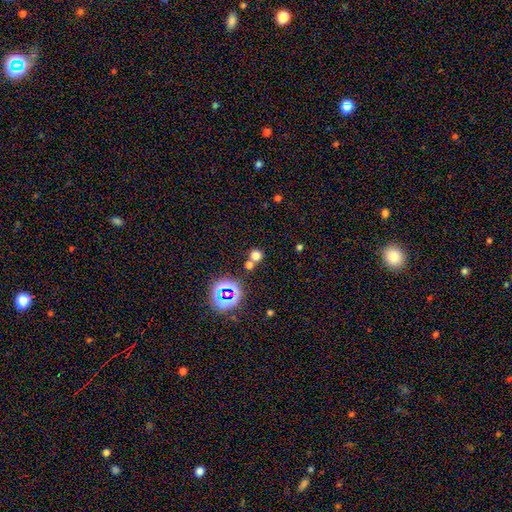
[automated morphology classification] Smooth or featured?
  - smooth: 65% *
  - star or artifact: 28%
  - featured or disk: 8%
How rounded?
  - round: 87% *
  - in between: 12%
  - cigar-shaped: 1%
Merging?
  - none: 60% *
  - merger: 29%
  - minor disturbance: 7%
  - major disturbance: 3%